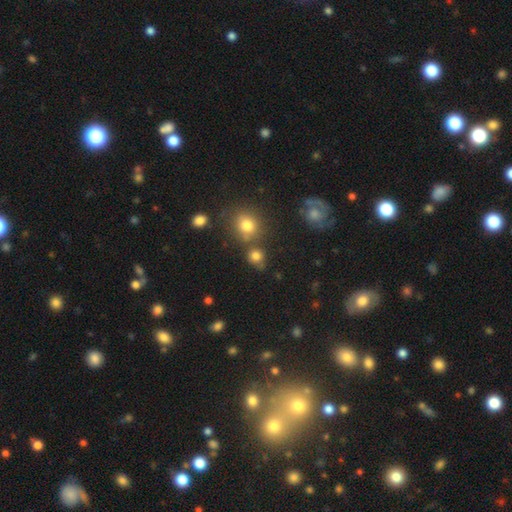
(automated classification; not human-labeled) smooth_or_featured: smooth (p=0.78) [alt: star or artifact p=0.15]
how_rounded: round (p=0.80) [alt: in between p=0.18]
merging: none (p=0.66) [alt: merger p=0.15]